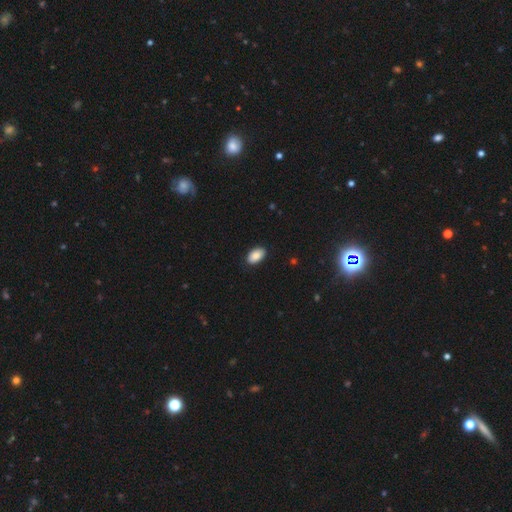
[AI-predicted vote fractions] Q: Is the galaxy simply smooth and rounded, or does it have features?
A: smooth — 88%.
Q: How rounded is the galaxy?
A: in between — 94%.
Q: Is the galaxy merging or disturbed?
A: none — 88%.